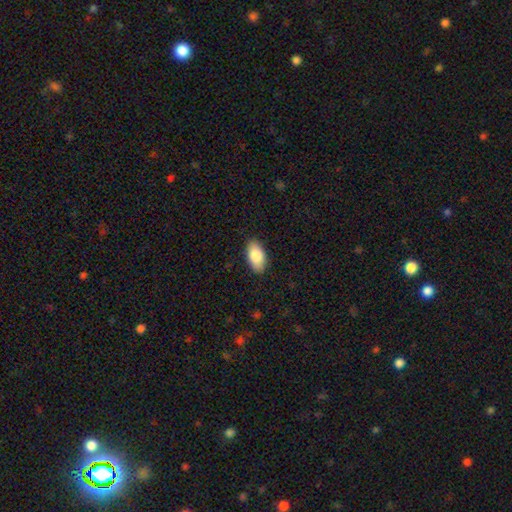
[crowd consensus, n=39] smooth 82%, featured or disk 10%, star or artifact 8%. Down the decision tree: how rounded — in between (88%); merging — none (81%).